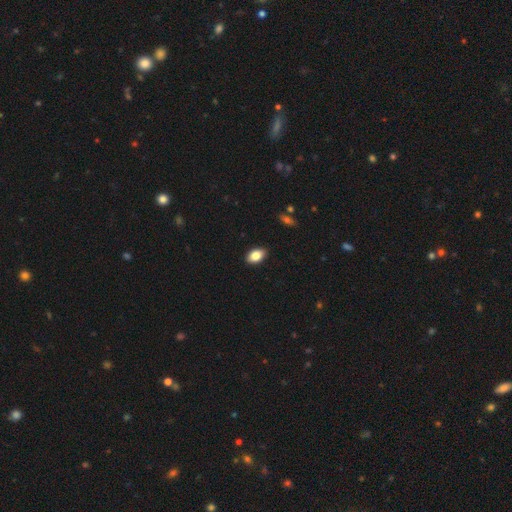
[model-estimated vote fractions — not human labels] smooth_or_featured: smooth (p=0.84) [alt: featured or disk p=0.09]
how_rounded: in between (p=0.89) [alt: round p=0.09]
merging: none (p=0.89) [alt: minor disturbance p=0.08]